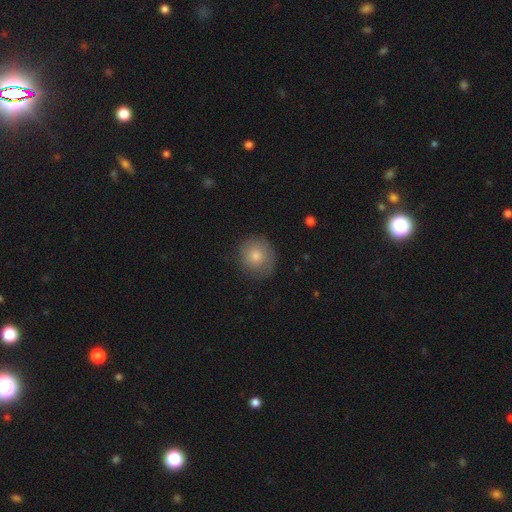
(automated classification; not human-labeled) Smooth or featured: smooth — 76% (featured or disk — 15%)
How rounded: round — 86% (in between — 13%)
Merging: none — 76% (minor disturbance — 18%)